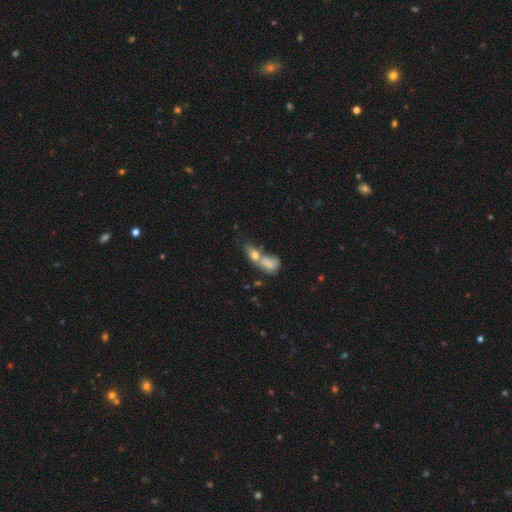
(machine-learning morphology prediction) This appears to be a smooth galaxy with no disk features (63%) that is in between round and cigar-shaped (65%). Merging: merger (65%).